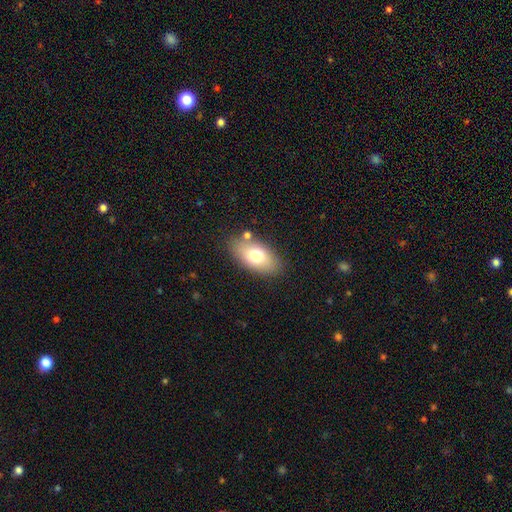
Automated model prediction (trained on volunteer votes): Smooth or featured? smooth (72%)
How rounded? in between (91%)
Merging? none (78%)